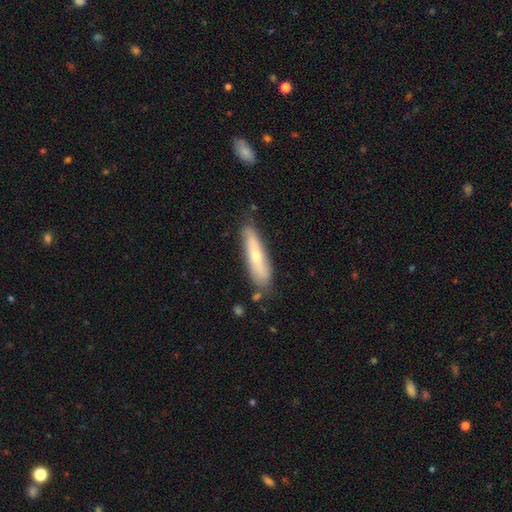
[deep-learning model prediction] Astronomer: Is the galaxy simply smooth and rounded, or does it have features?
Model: smooth — 50% (runner-up: featured or disk, 40%).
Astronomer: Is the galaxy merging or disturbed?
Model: none — 77%.